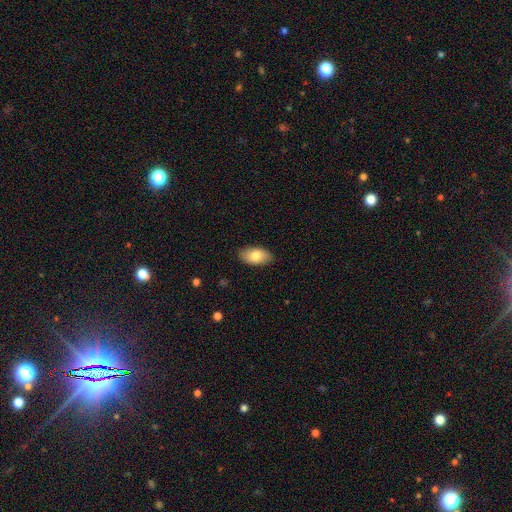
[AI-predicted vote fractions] Smooth or featured: smooth — 80% (featured or disk — 13%)
How rounded: in between — 94% (round — 3%)
Merging: none — 87% (minor disturbance — 10%)